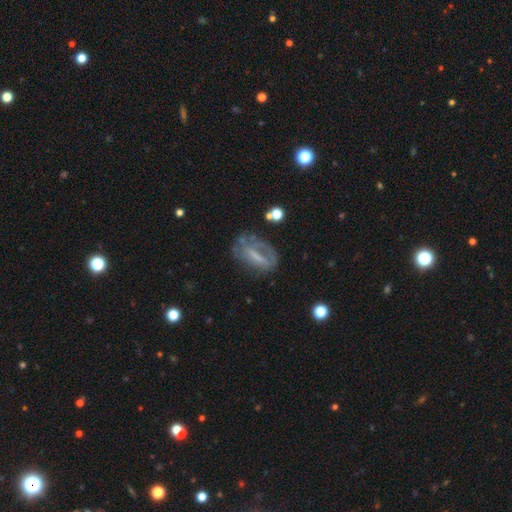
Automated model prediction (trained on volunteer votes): Smooth or featured: featured or disk — 53% (smooth — 35%)
Edge-on disk: no — 87% (yes — 13%)
Merging: none — 46% (minor disturbance — 25%)